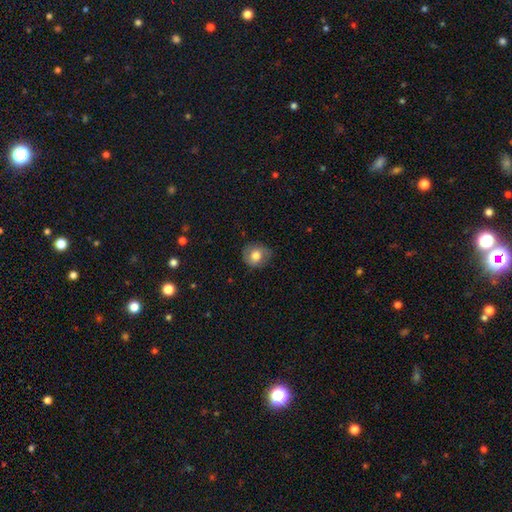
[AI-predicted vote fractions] Q: Smooth or featured?
A: smooth (71%); runner-up: featured or disk (21%)
Q: How rounded?
A: round (79%); runner-up: in between (20%)
Q: Merging?
A: none (80%); runner-up: minor disturbance (15%)